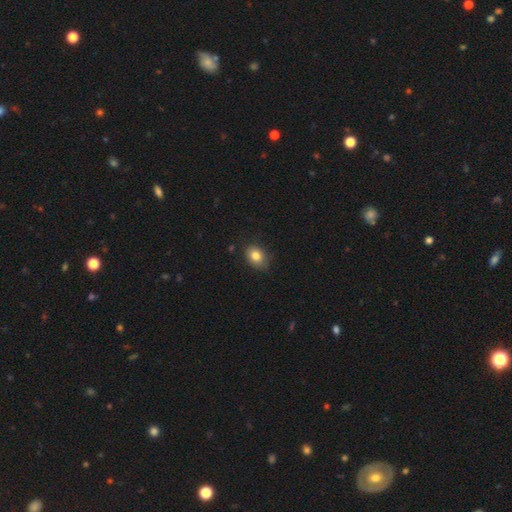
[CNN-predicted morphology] A smooth galaxy with no disk features (82%) that is in between round and cigar-shaped (64%).

Vote fractions:
- Smooth or featured? smooth: 82% / star or artifact: 9% / featured or disk: 8%
- How rounded? in between: 64% / round: 35% / cigar-shaped: 1%
- Merging? none: 77% / minor disturbance: 19% / major disturbance: 3% / merger: 1%